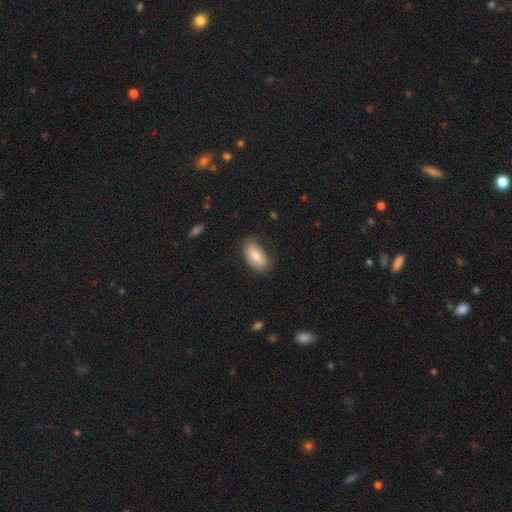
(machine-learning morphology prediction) Smooth or featured? smooth (69%)
How rounded? in between (92%)
Merging? none (77%)